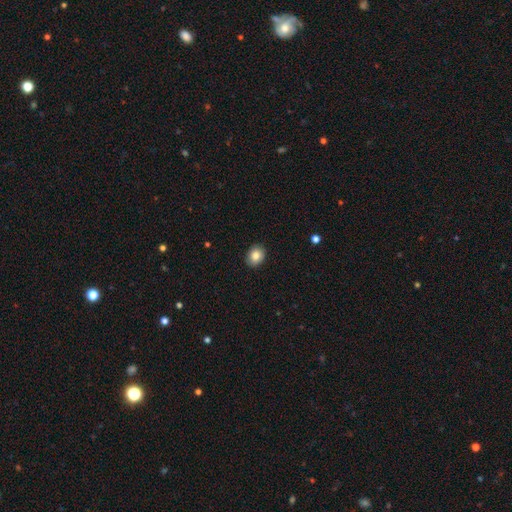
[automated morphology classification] Smooth or featured? smooth (84%)
How rounded? round (50%)
Merging? none (90%)